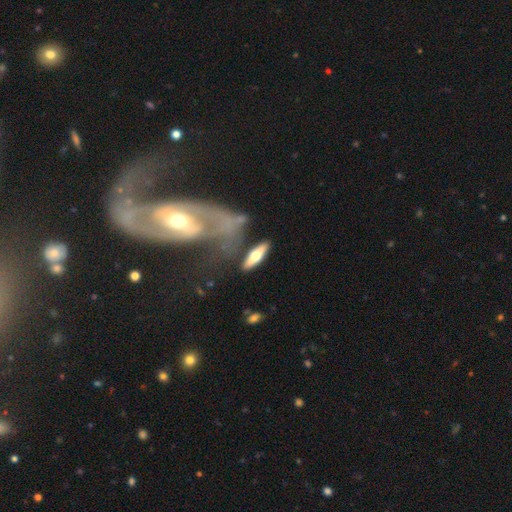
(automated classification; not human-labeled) Smooth or featured?
  - smooth: 54% *
  - featured or disk: 41%
  - star or artifact: 5%
How rounded?
  - cigar-shaped: 54% *
  - in between: 43%
  - round: 3%
Merging?
  - none: 75% *
  - minor disturbance: 13%
  - merger: 7%
  - major disturbance: 5%